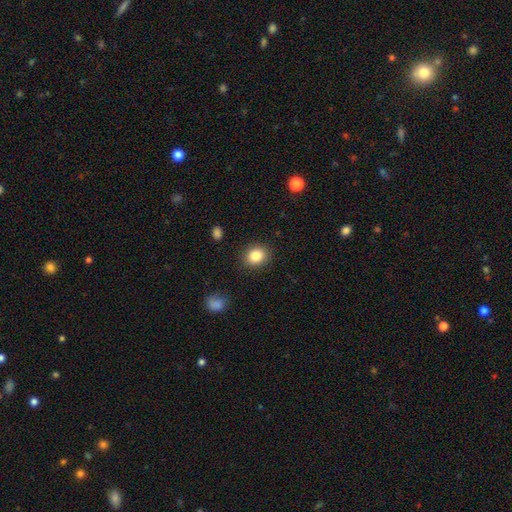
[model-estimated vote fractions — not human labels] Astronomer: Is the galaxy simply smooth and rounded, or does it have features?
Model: smooth — 85%.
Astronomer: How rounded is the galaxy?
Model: round — 64%.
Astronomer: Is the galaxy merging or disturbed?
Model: none — 88%.